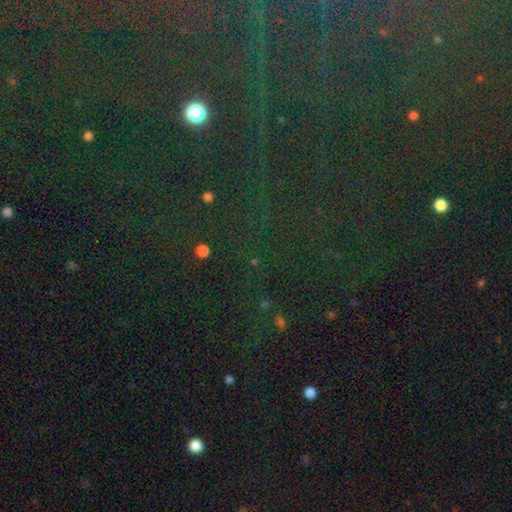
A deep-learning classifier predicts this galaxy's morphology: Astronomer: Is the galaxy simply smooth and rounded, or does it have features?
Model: star or artifact — 81%.